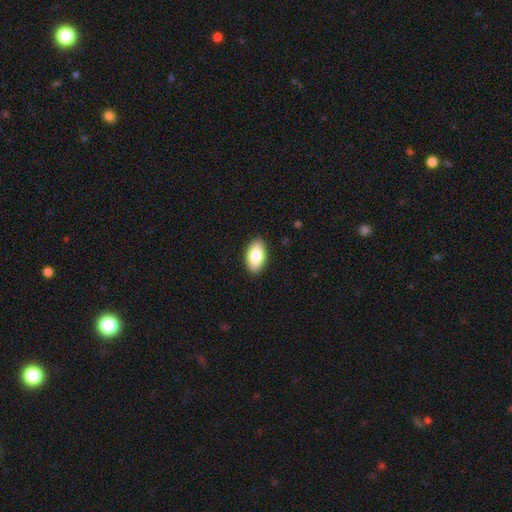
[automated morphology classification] Smooth or featured?
  - smooth: 81% *
  - featured or disk: 12%
  - star or artifact: 7%
How rounded?
  - in between: 94% *
  - round: 4%
  - cigar-shaped: 2%
Merging?
  - none: 90% *
  - minor disturbance: 7%
  - major disturbance: 2%
  - merger: 1%